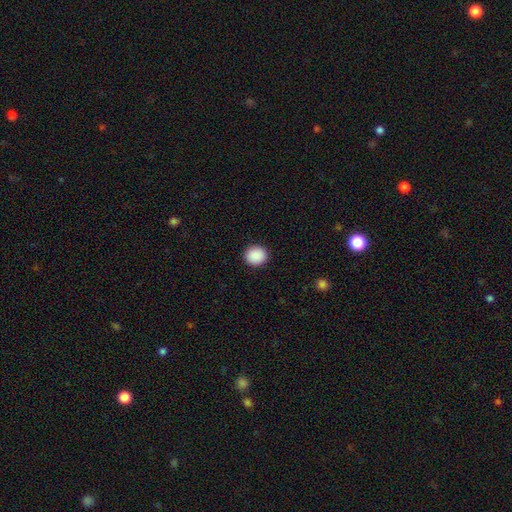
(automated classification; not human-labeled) Overall: smooth (90%). How rounded: round (85%). Merging: none (92%).